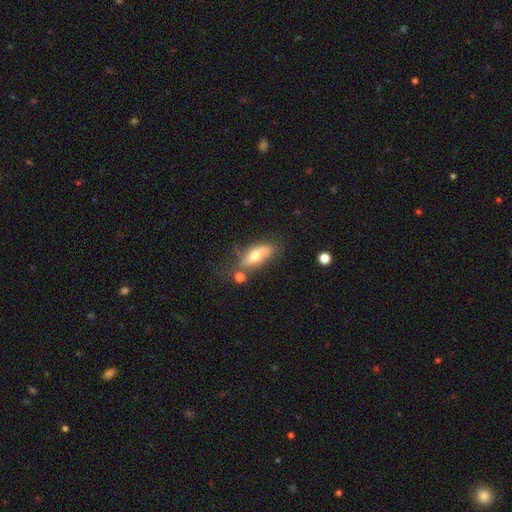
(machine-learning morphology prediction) Q: Smooth or featured?
A: smooth (53%); runner-up: featured or disk (40%)
Q: How rounded?
A: in between (76%); runner-up: cigar-shaped (20%)
Q: Merging?
A: none (54%); runner-up: minor disturbance (24%)